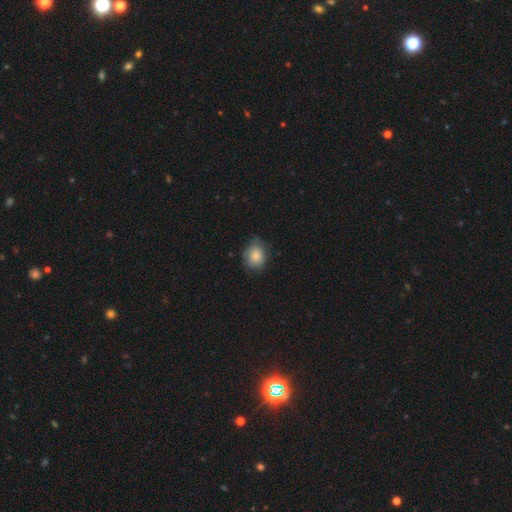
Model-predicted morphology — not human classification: Smooth or featured?
  - smooth: 82% *
  - featured or disk: 10%
  - star or artifact: 8%
How rounded?
  - round: 60% *
  - in between: 39%
  - cigar-shaped: 1%
Merging?
  - none: 62% *
  - minor disturbance: 31%
  - major disturbance: 5%
  - merger: 1%